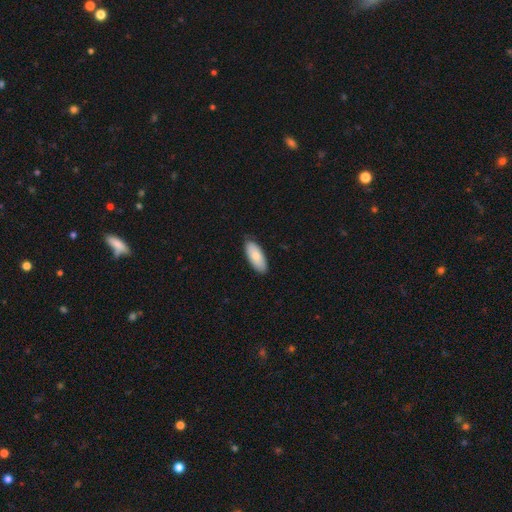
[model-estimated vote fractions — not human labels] Smooth or featured? smooth (81%)
How rounded? in between (85%)
Merging? none (86%)